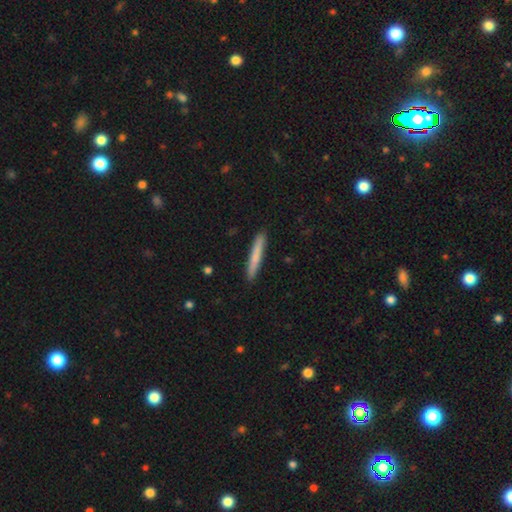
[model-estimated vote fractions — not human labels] smooth 76%, featured or disk 18%, star or artifact 5%. Down the decision tree: how rounded — cigar-shaped (96%); merging — none (91%).